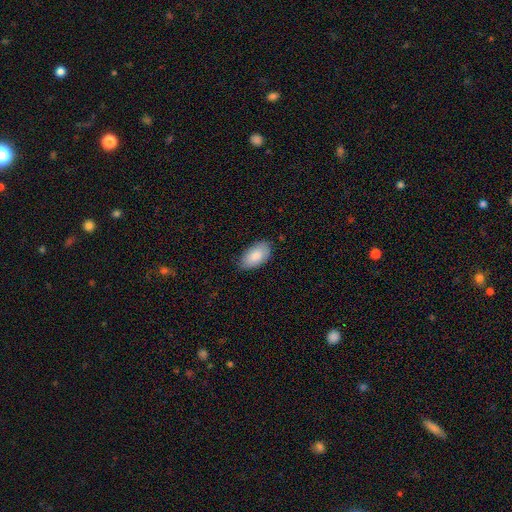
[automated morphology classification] Smooth or featured?
  - smooth: 86% *
  - featured or disk: 9%
  - star or artifact: 6%
How rounded?
  - in between: 96% *
  - round: 3%
  - cigar-shaped: 2%
Merging?
  - none: 78% *
  - minor disturbance: 19%
  - major disturbance: 3%
  - merger: 1%